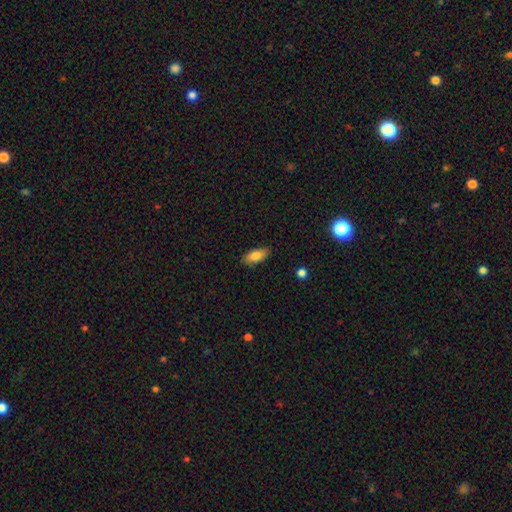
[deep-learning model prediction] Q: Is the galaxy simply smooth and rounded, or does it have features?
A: smooth — 81%.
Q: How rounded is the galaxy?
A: in between — 84%.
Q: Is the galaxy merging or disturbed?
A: none — 84%.